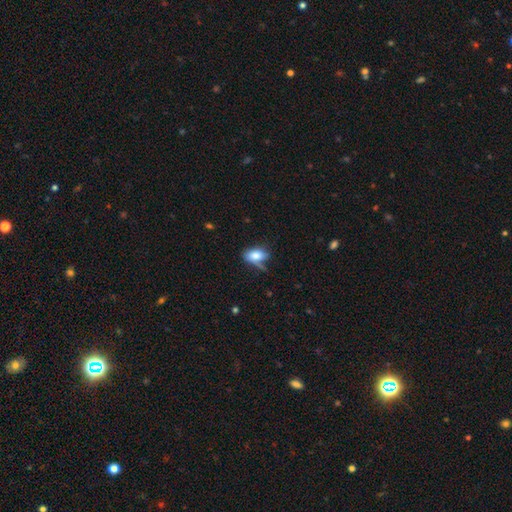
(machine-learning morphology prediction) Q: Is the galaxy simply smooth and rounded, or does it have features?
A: smooth — 79%.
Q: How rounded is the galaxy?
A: in between — 87%.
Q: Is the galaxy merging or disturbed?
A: none — 53%.